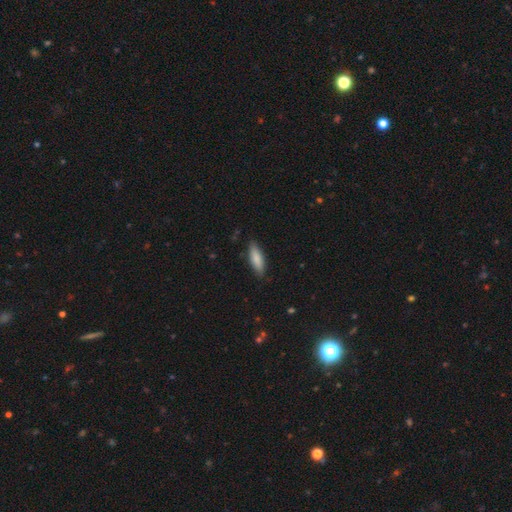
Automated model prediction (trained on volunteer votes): smooth 82%, featured or disk 11%, star or artifact 6%. Down the decision tree: how rounded — in between (50%); merging — none (86%).